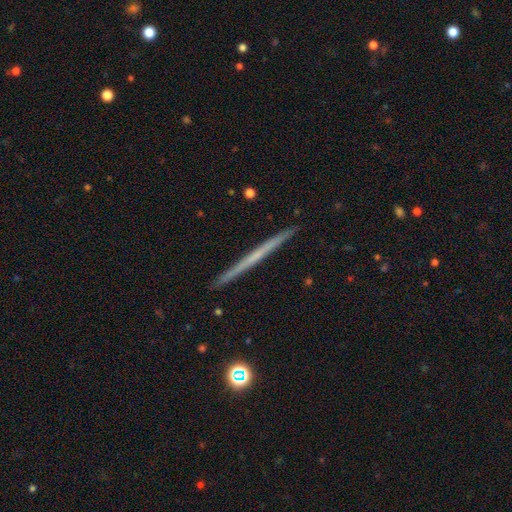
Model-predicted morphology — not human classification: Smooth or featured? featured or disk (62%)
Edge-on disk? yes (98%)
Edge-on bulge? none (87%)
Merging? none (93%)